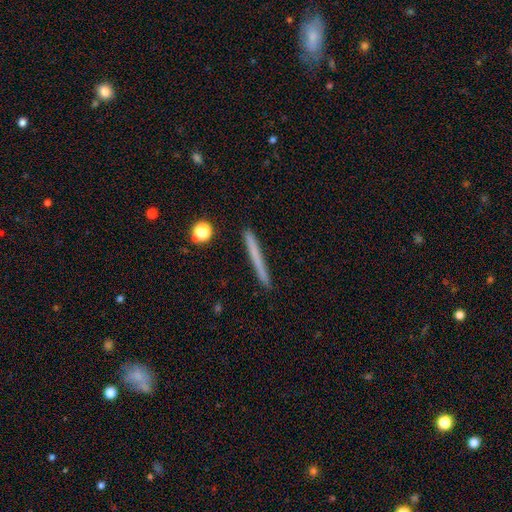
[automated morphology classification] A smooth galaxy with no disk features (63%) that is cigar-shaped (97%).

Vote fractions:
- Smooth or featured? smooth: 63% / featured or disk: 31% / star or artifact: 7%
- How rounded? cigar-shaped: 97% / in between: 2% / round: 1%
- Merging? none: 91% / minor disturbance: 6% / merger: 1% / major disturbance: 1%